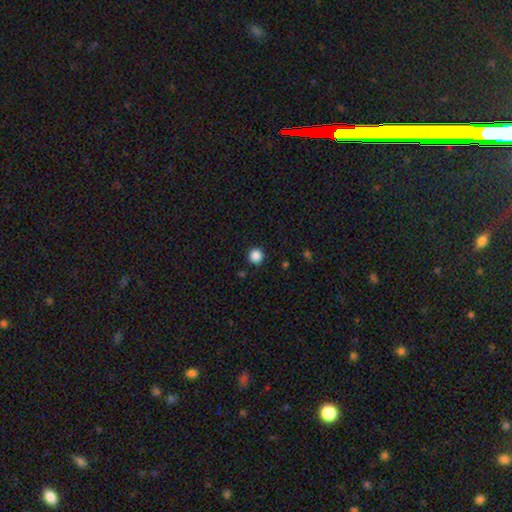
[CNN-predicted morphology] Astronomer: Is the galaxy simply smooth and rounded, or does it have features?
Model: smooth — 87%.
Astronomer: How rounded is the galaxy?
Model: round — 95%.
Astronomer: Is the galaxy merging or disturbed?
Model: none — 91%.